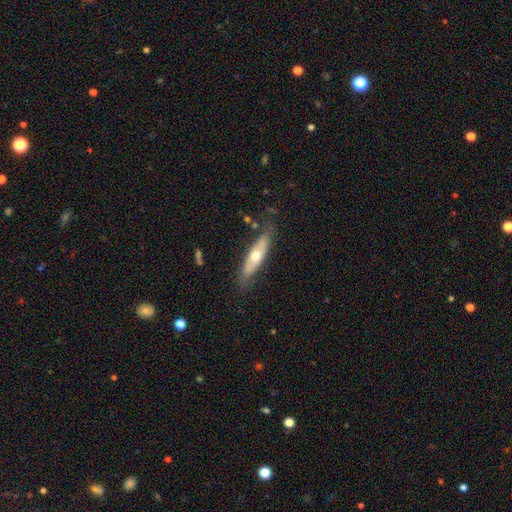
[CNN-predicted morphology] This is possibly a smooth galaxy (49%). Merging: likely none (76%).